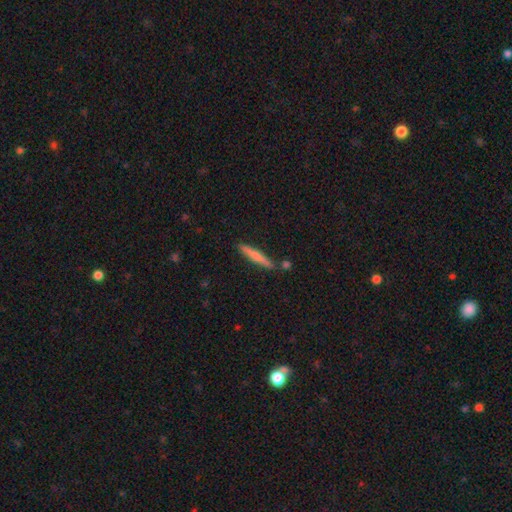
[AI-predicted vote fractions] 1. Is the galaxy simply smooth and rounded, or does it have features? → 65% smooth, 29% featured or disk, 5% star or artifact.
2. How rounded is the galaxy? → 95% cigar-shaped, 4% in between, 1% round.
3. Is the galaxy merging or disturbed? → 83% none, 9% minor disturbance, 5% merger, 2% major disturbance.